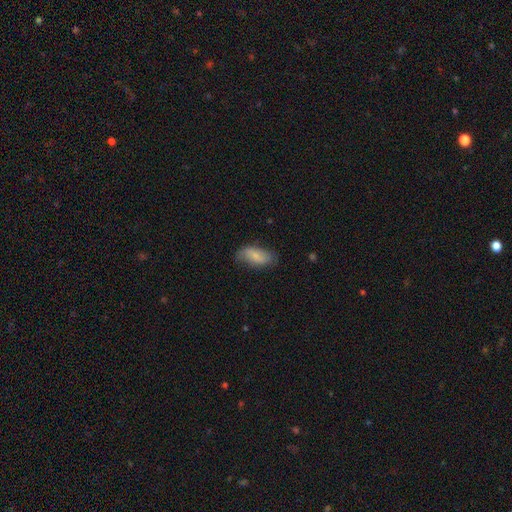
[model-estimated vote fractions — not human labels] Smooth or featured? Predicted: smooth (p=0.67). How rounded? Predicted: in between (p=0.89). Merging? Predicted: none (p=0.65).